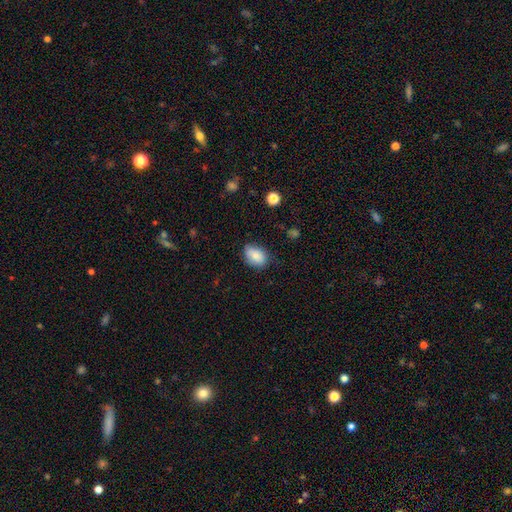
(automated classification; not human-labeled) Smooth or featured?
  - smooth: 83% *
  - featured or disk: 9%
  - star or artifact: 8%
How rounded?
  - in between: 85% *
  - round: 14%
  - cigar-shaped: 1%
Merging?
  - none: 72% *
  - minor disturbance: 23%
  - major disturbance: 4%
  - merger: 1%